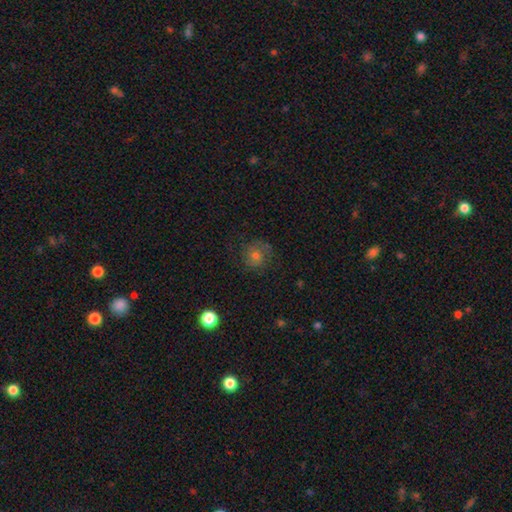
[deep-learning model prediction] smooth_or_featured: smooth (p=0.54) [alt: featured or disk p=0.30]
how_rounded: round (p=0.88) [alt: in between p=0.11]
merging: none (p=0.75) [alt: minor disturbance p=0.16]